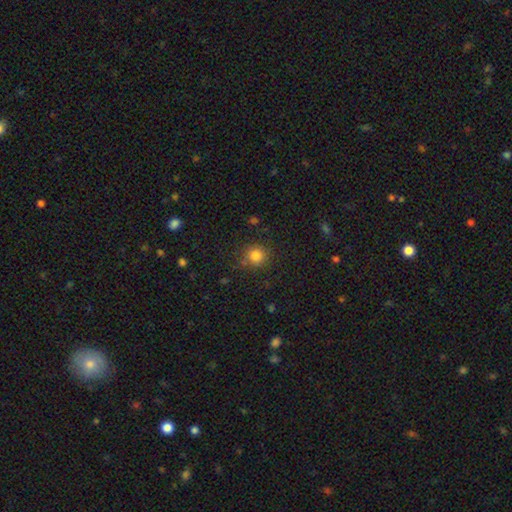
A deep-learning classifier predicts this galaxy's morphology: type=smooth (82%); roundness=round (91%); merging=none (81%).